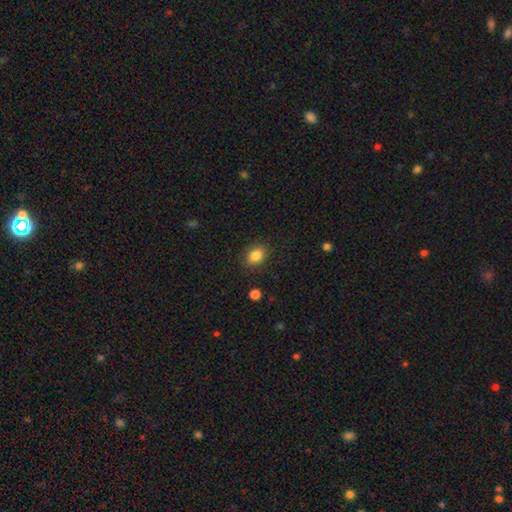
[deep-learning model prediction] Smooth or featured: smooth — 85% (star or artifact — 10%)
How rounded: round — 50% (in between — 49%)
Merging: none — 88% (minor disturbance — 9%)